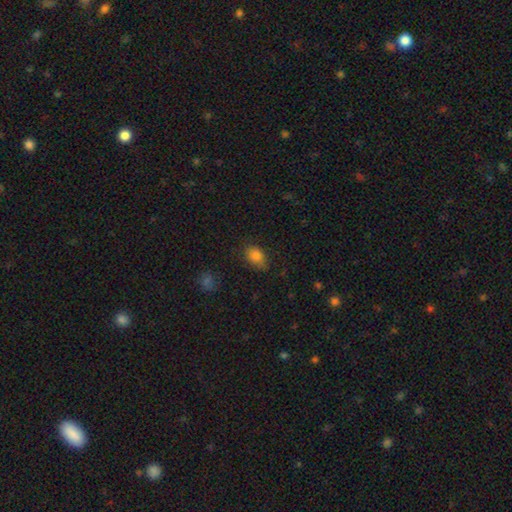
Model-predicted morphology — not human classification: This appears to be a smooth galaxy with no disk features (82%) that is in between round and cigar-shaped (75%). Merging: none (70%).